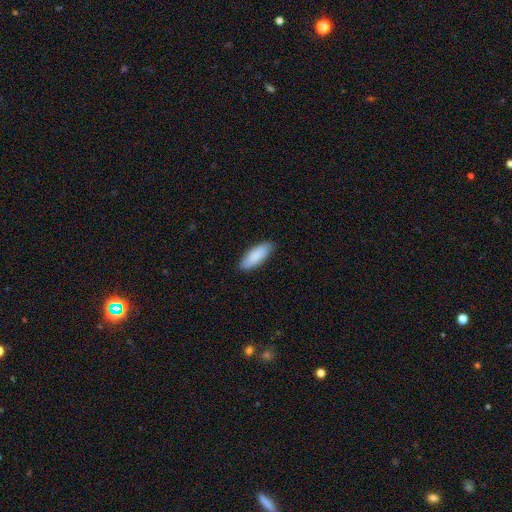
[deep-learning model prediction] Smooth or featured? Predicted: smooth (p=0.87). How rounded? Predicted: in between (p=0.72). Merging? Predicted: none (p=0.86).